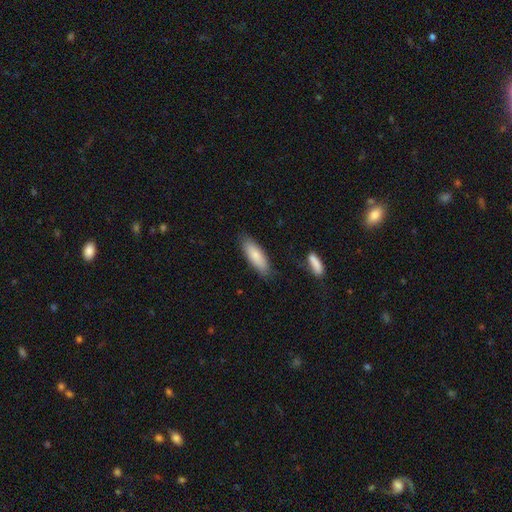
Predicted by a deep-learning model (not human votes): Morphology: type=smooth (82%); roundness=in between (59%); merging=none (80%).